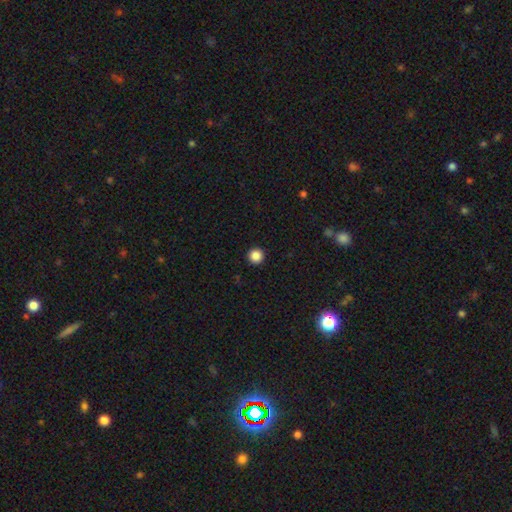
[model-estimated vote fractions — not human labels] A smooth galaxy with no disk features (86%) that is round (97%).

Vote fractions:
- Smooth or featured? smooth: 86% / star or artifact: 11% / featured or disk: 3%
- How rounded? round: 97% / in between: 2% / cigar-shaped: 1%
- Merging? none: 94% / minor disturbance: 4% / major disturbance: 1% / merger: 1%